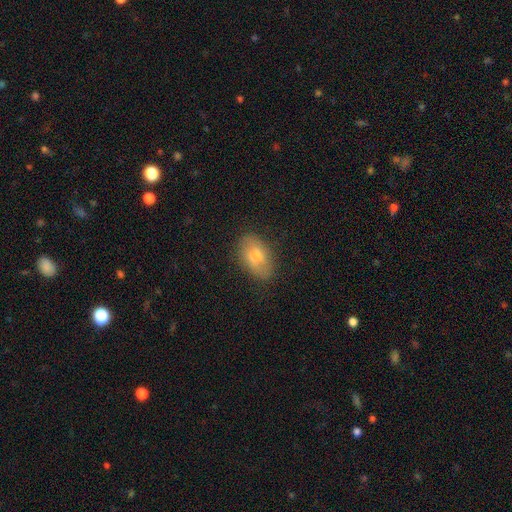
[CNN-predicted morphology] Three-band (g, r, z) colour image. It shows a smooth galaxy with no disk features (68%) that is in between round and cigar-shaped (90%). Merging: none (80%).